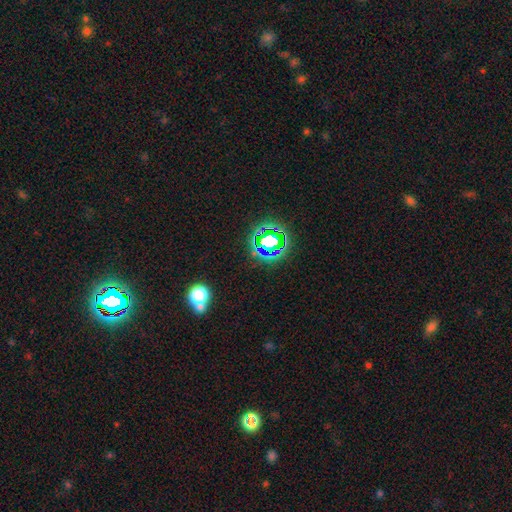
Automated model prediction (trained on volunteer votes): This is likely a star or artifact rather than a galaxy (77%).